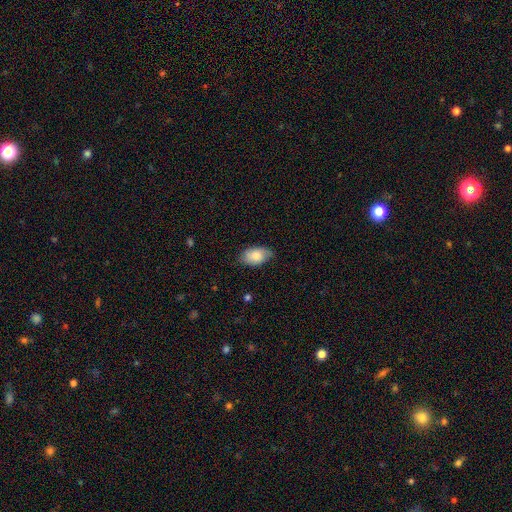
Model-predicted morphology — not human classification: Overall: smooth (77%). How rounded: in between (92%). Merging: none (72%).